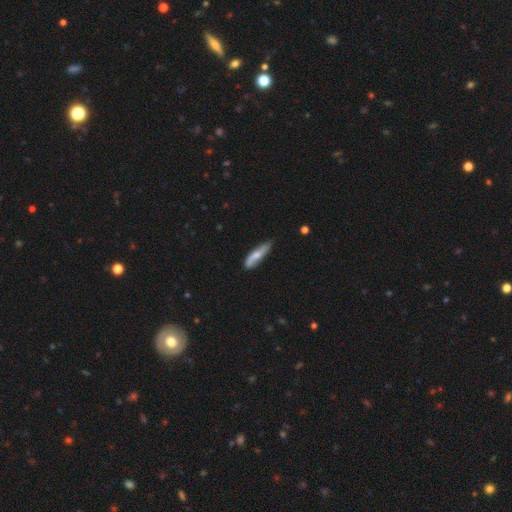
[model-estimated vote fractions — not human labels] smooth_or_featured: smooth (p=0.57) [alt: featured or disk p=0.37]
how_rounded: cigar-shaped (p=0.68) [alt: in between p=0.30]
merging: none (p=0.62) [alt: minor disturbance p=0.30]